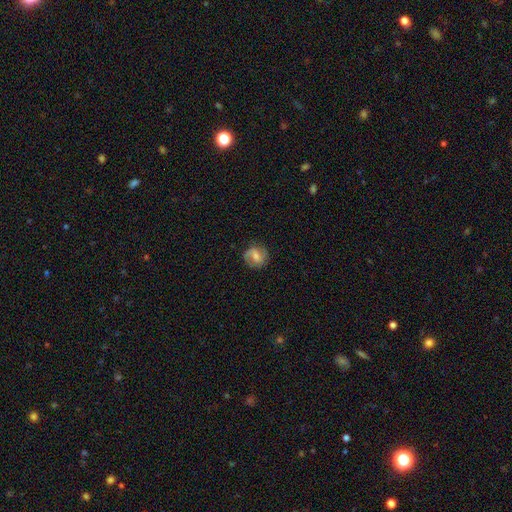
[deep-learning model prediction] smooth-or-featured: featured or disk: 60% | smooth: 33% | star or artifact: 8%
  disk-edge-on: no: 97% | yes: 3%
    bar: weak: 51% | no: 32% | strong: 17%
    has-spiral-arms: yes: 90% | no: 10%
      spiral-winding: medium: 46% | tight: 28% | loose: 26%
      spiral-arm-count: 2: 83% | can't tell: 8% | 1: 5% | 3: 2% | 4: 1% | more than 4: 1%
    bulge-size: moderate: 54% | small: 32% | large: 6% | none: 6% | dominant: 1%
  merging: none: 80% | minor disturbance: 14% | major disturbance: 5% | merger: 1%